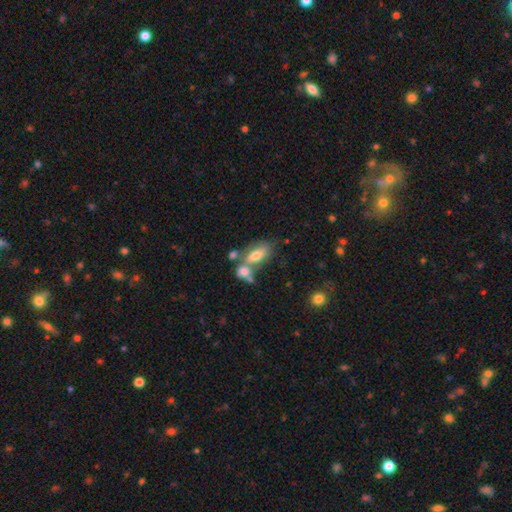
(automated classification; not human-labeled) smooth-or-featured: smooth: 64% | featured or disk: 28% | star or artifact: 8%
  how-rounded: in between: 83% | cigar-shaped: 12% | round: 5%
  merging: merger: 47% | none: 32% | minor disturbance: 13% | major disturbance: 8%